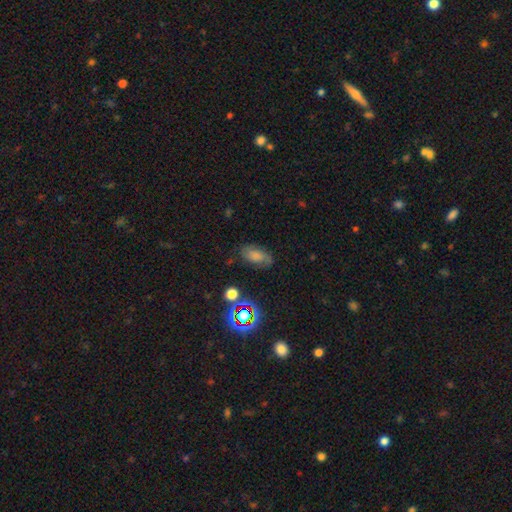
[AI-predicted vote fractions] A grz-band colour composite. It shows a smooth galaxy with no disk features (55%) that is in between round and cigar-shaped (88%). Merging: none (69%).